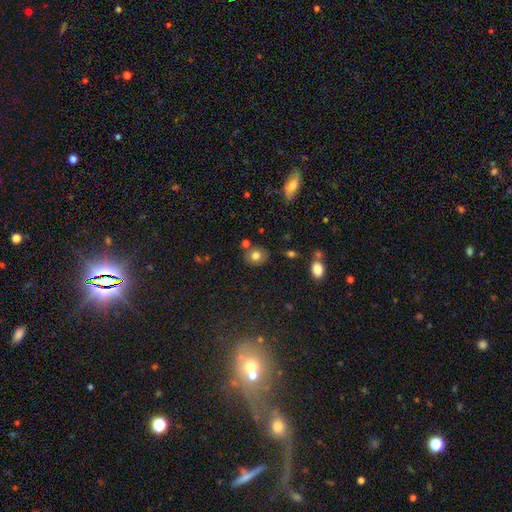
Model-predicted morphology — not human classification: This appears to be a smooth galaxy with no disk features (76%) that is round (68%). Merging: none (76%).